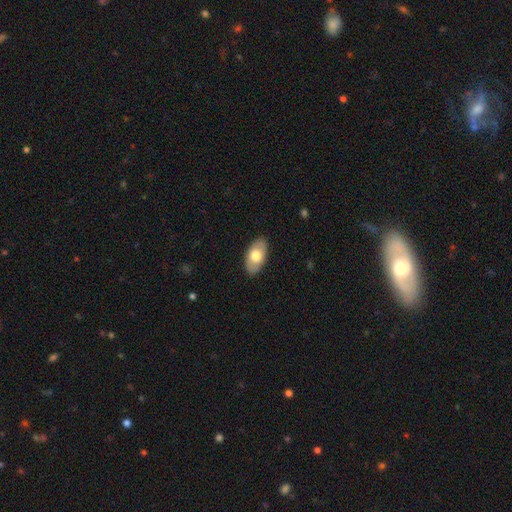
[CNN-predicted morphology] Smooth or featured: smooth — 67% (featured or disk — 28%)
How rounded: in between — 94% (round — 4%)
Merging: none — 87% (minor disturbance — 10%)